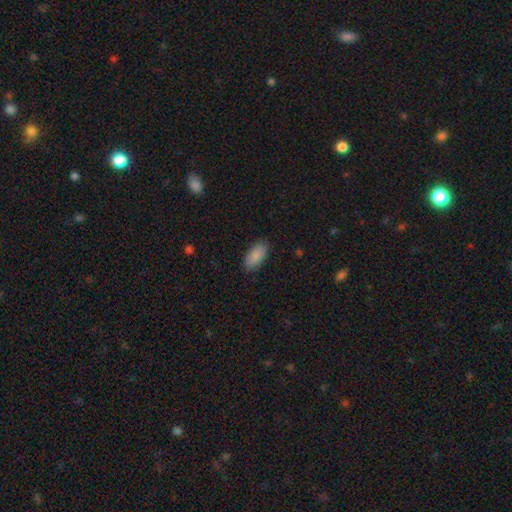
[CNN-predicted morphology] The model was most divided on "merging": none: 86%, minor disturbance: 11%, major disturbance: 2%, merger: 1%. More confident: how rounded — in between (92%); smooth or featured — smooth (88%).